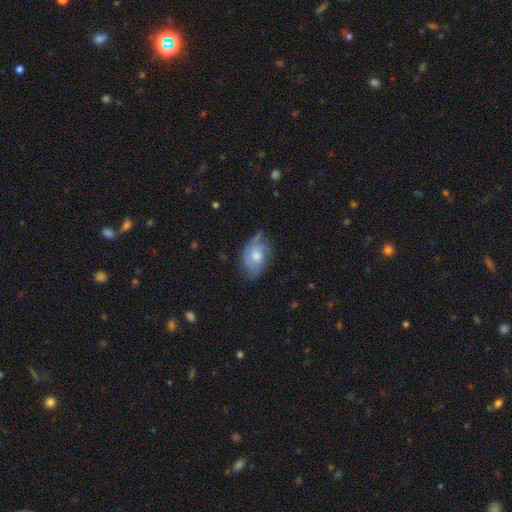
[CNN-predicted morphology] type=featured or disk (49%); merging=none (62%).